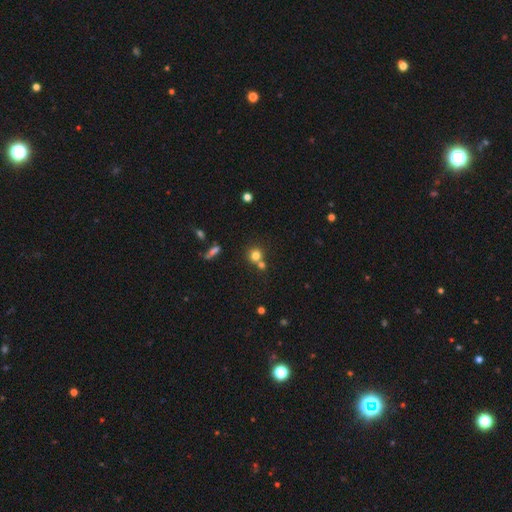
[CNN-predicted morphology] A smooth galaxy with no disk features (76%) that is round (87%).

Vote fractions:
- Smooth or featured? smooth: 76% / star or artifact: 15% / featured or disk: 9%
- How rounded? round: 87% / in between: 11% / cigar-shaped: 1%
- Merging? none: 53% / merger: 35% / minor disturbance: 8% / major disturbance: 3%